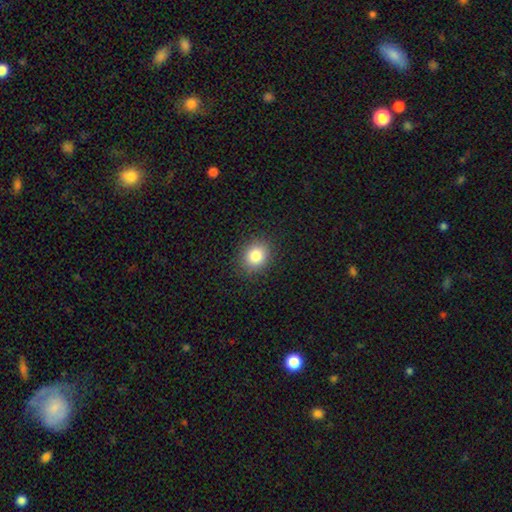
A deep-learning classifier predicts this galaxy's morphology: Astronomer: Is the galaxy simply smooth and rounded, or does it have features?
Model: smooth — 83%.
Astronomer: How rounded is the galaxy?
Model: round — 66%.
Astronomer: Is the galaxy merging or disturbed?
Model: none — 88%.